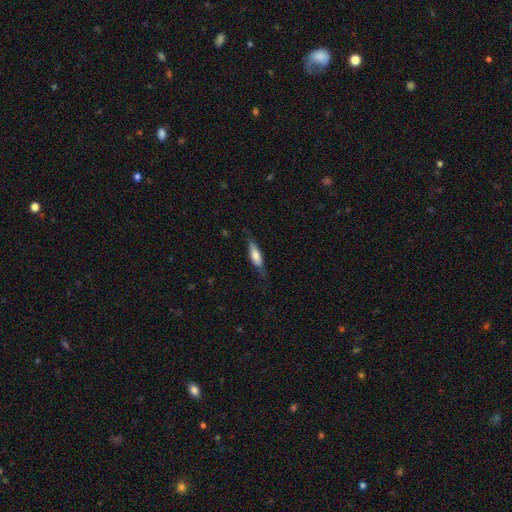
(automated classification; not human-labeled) A smooth galaxy with no disk features (68%) that is cigar-shaped (58%). Merging: none (70%).